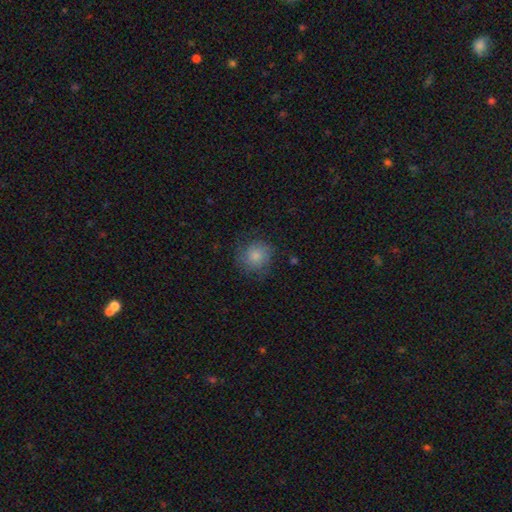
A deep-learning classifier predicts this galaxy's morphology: Overall: smooth (78%). How rounded: round (87%). Merging: none (71%).